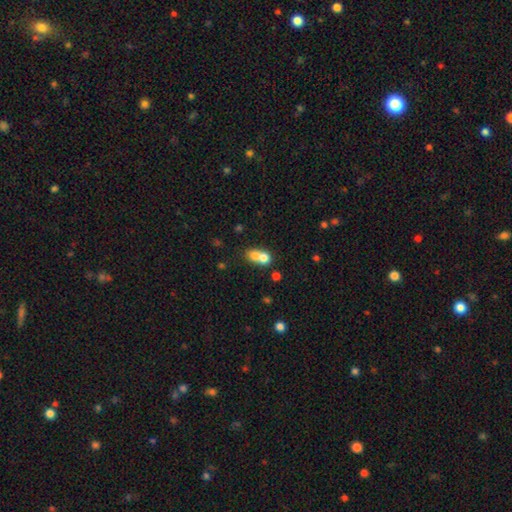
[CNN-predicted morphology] Smooth or featured?
  - smooth: 71% *
  - featured or disk: 18%
  - star or artifact: 11%
How rounded?
  - round: 62% *
  - in between: 37%
  - cigar-shaped: 2%
Merging?
  - merger: 69% *
  - none: 23%
  - minor disturbance: 5%
  - major disturbance: 3%